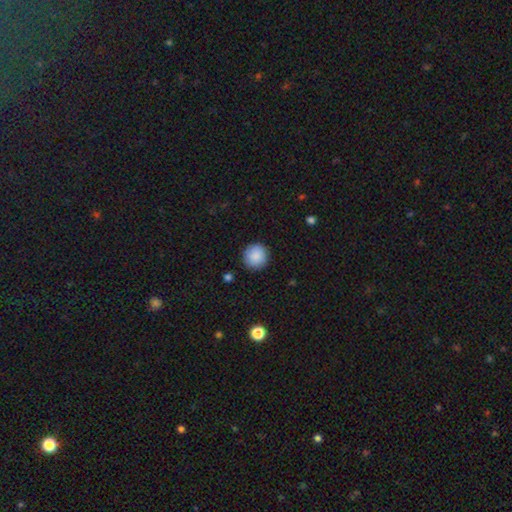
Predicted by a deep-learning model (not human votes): Morphology: type=smooth (89%); roundness=round (94%); merging=none (91%).